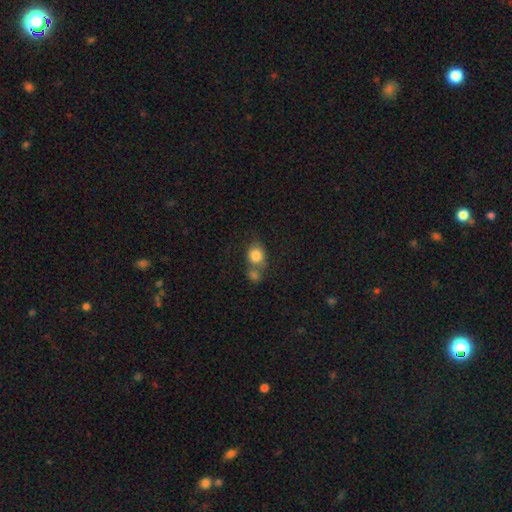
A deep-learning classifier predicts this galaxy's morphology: smooth-or-featured: smooth: 83% | star or artifact: 9% | featured or disk: 8%
  how-rounded: round: 71% | in between: 28% | cigar-shaped: 1%
  merging: merger: 42% (tied) | none: 42% (tied) | minor disturbance: 11% | major disturbance: 5%